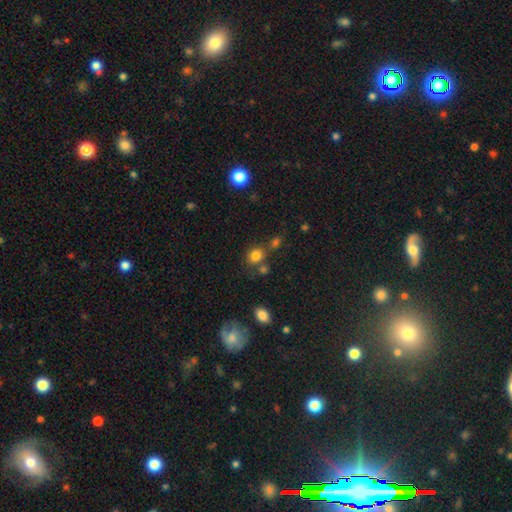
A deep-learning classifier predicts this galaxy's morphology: Smooth or featured? smooth (79%)
How rounded? round (62%)
Merging? none (63%)